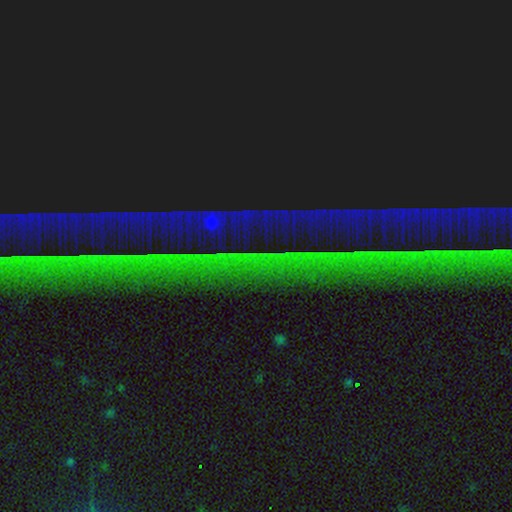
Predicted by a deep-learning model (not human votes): Q: Smooth or featured?
A: star or artifact (88%); runner-up: featured or disk (7%)